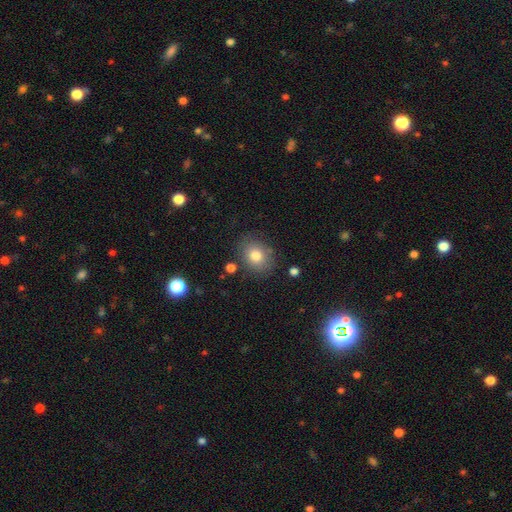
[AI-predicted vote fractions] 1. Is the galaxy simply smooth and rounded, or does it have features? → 79% smooth, 11% featured or disk, 10% star or artifact.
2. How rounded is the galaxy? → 57% round, 43% in between, 1% cigar-shaped.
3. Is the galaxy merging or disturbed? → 79% none, 14% minor disturbance, 4% major disturbance, 3% merger.